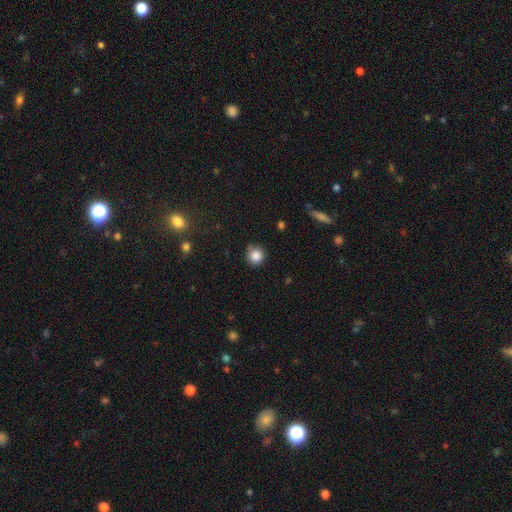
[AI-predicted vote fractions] Smooth or featured? smooth (85%)
How rounded? round (93%)
Merging? none (80%)